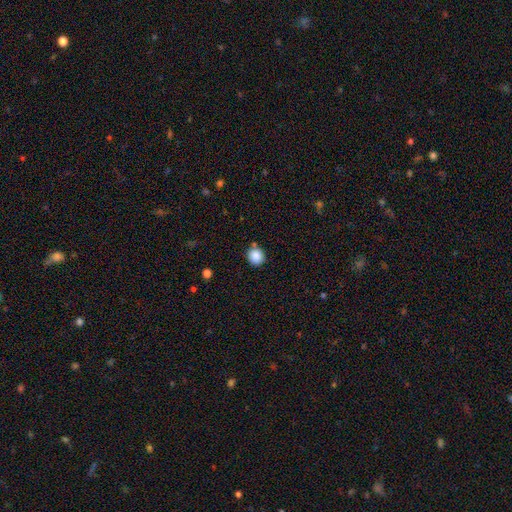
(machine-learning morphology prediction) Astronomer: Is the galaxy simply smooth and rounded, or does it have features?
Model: smooth — 88%.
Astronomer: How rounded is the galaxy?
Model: round — 84%.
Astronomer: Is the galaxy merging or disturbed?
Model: none — 80%.